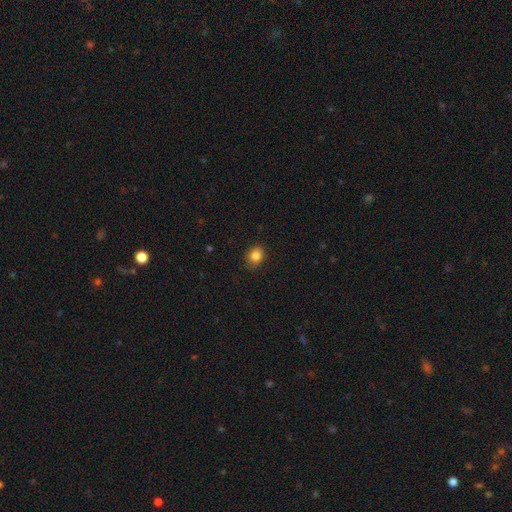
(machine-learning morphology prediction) A smooth galaxy with no disk features (84%) that is round (53%).

Vote fractions:
- Smooth or featured? smooth: 84% / star or artifact: 11% / featured or disk: 6%
- How rounded? round: 53% / in between: 46% / cigar-shaped: 1%
- Merging? none: 83% / minor disturbance: 13% / major disturbance: 3% / merger: 1%